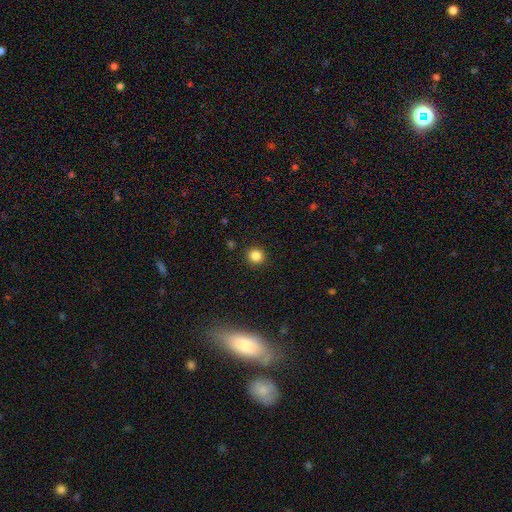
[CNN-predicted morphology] Overall: smooth (84%). How rounded: round (92%). Merging: none (92%).